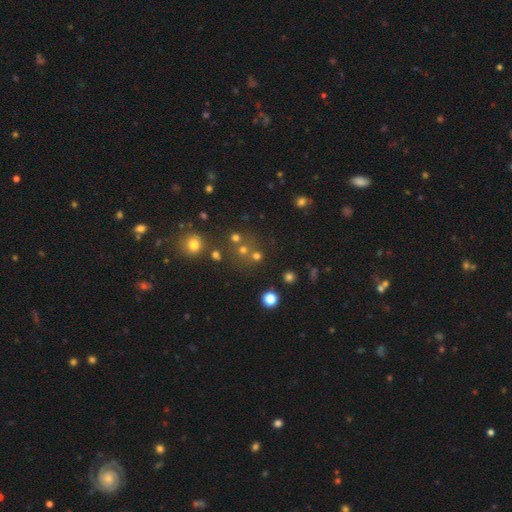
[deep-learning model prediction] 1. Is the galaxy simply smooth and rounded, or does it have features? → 50% smooth, 39% star or artifact, 12% featured or disk.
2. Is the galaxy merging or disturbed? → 64% none, 24% merger, 8% minor disturbance, 5% major disturbance.